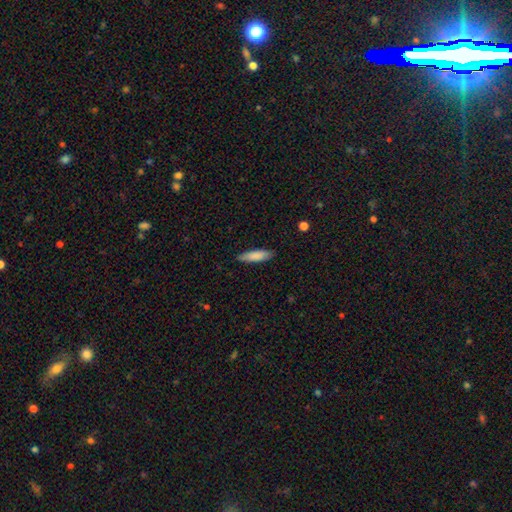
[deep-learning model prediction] This is clearly a smooth galaxy (85%). How rounded: likely cigar-shaped (70%). Merging: clearly none (87%).